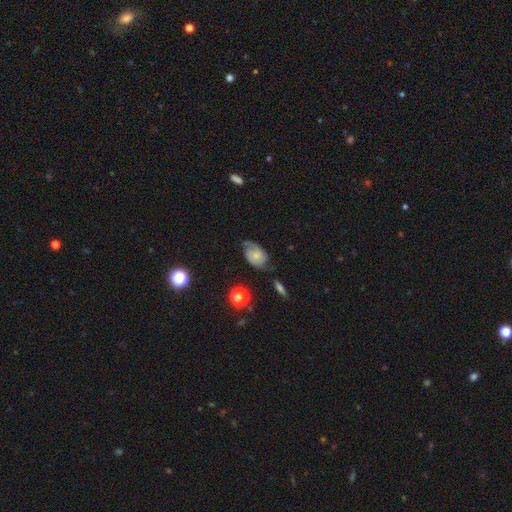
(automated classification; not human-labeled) smooth_or_featured: featured or disk (p=0.64) [alt: smooth p=0.27]
disk_edge_on: no (p=0.96) [alt: yes p=0.04]
bar: no (p=0.73) [alt: weak p=0.23]
has_spiral_arms: yes (p=0.91) [alt: no p=0.09]
spiral_winding: medium (p=0.43) [alt: tight p=0.32]
spiral_arm_count: 2 (p=0.79) [alt: can't tell p=0.10]
bulge_size: small (p=0.54) [alt: moderate p=0.29]
merging: none (p=0.58) [alt: minor disturbance p=0.27]